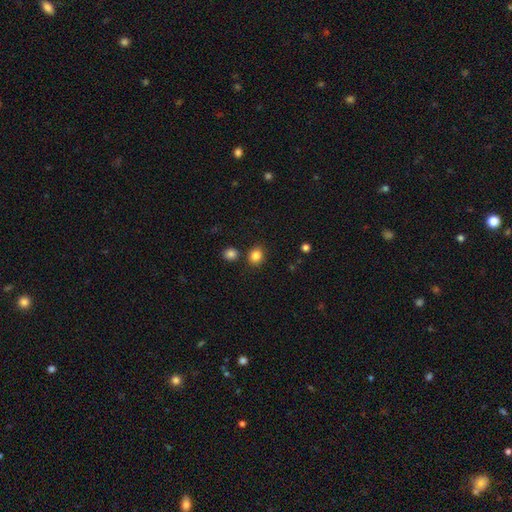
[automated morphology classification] A smooth galaxy with no disk features (85%) that is round (72%).

Vote fractions:
- Smooth or featured? smooth: 85% / star or artifact: 11% / featured or disk: 4%
- How rounded? round: 72% / in between: 27% / cigar-shaped: 1%
- Merging? none: 83% / minor disturbance: 8% / merger: 7% / major disturbance: 2%